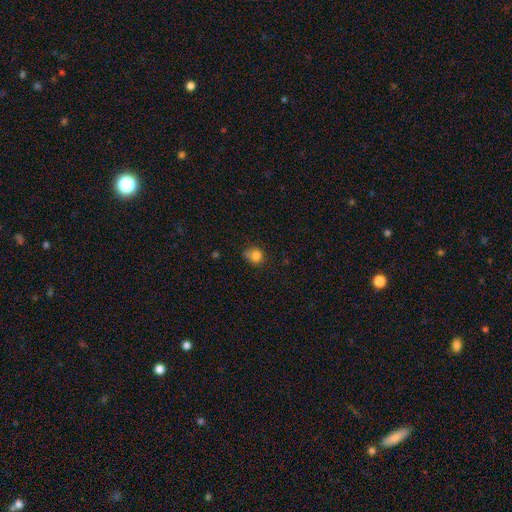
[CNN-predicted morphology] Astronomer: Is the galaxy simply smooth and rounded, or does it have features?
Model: smooth — 81%.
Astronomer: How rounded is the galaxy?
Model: round — 75%.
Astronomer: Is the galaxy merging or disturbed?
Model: none — 56%.